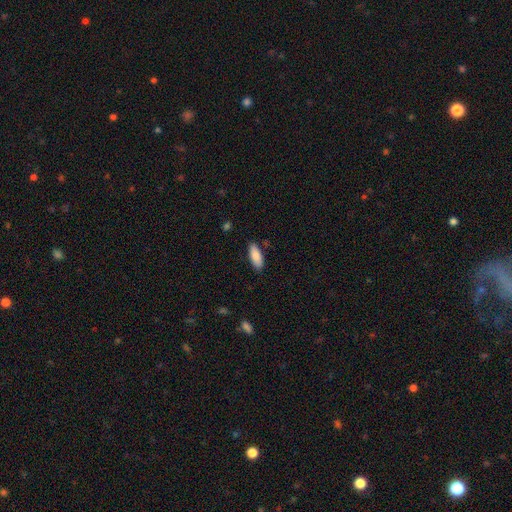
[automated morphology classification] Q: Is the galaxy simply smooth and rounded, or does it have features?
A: smooth — 86%.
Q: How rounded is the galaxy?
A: in between — 74%.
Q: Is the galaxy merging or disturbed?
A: none — 84%.